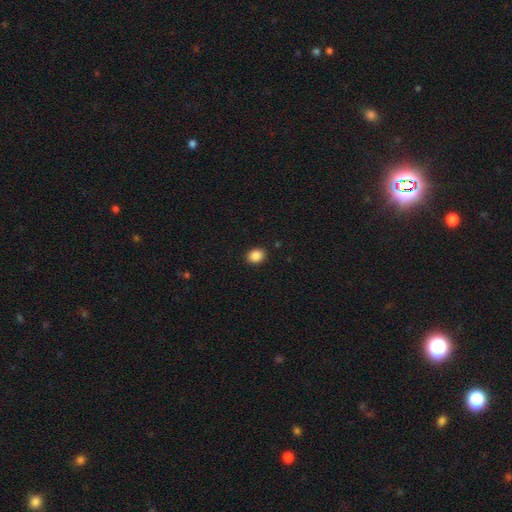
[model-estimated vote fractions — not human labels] Smooth or featured? Predicted: smooth (p=0.88). How rounded? Predicted: in between (p=0.51). Merging? Predicted: none (p=0.91).